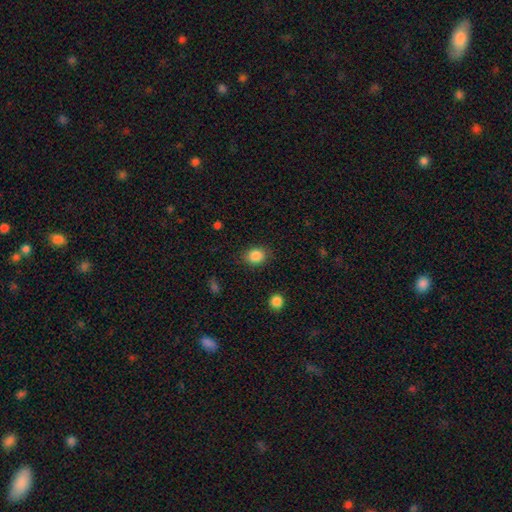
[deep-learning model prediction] Morphology: type=smooth (86%); roundness=round (61%); merging=none (84%).